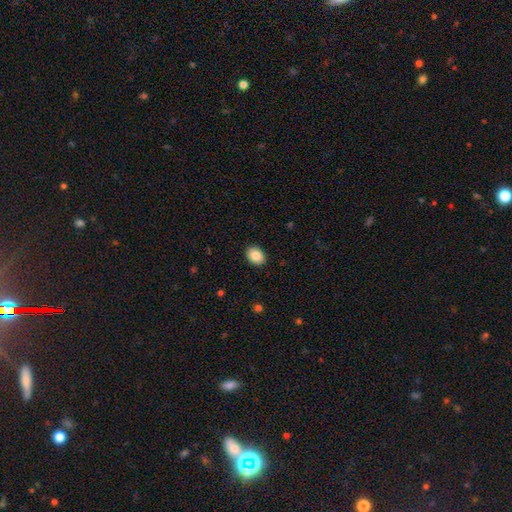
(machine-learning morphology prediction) Smooth or featured: smooth — 87% (star or artifact — 8%)
How rounded: in between — 72% (round — 27%)
Merging: none — 90% (minor disturbance — 7%)